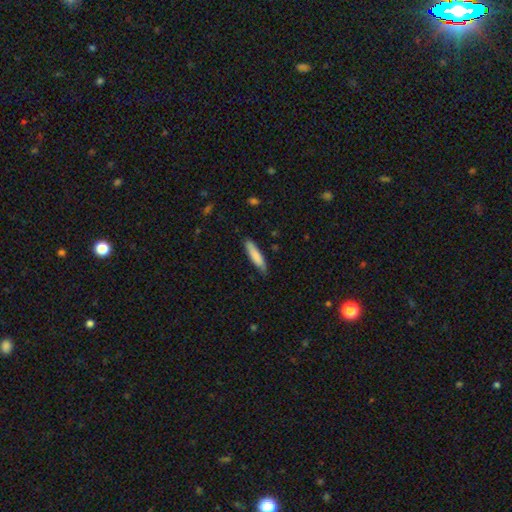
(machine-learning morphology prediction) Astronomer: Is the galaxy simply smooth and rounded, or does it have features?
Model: smooth — 82%.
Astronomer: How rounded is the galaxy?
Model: cigar-shaped — 81%.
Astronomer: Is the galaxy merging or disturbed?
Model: none — 78%.